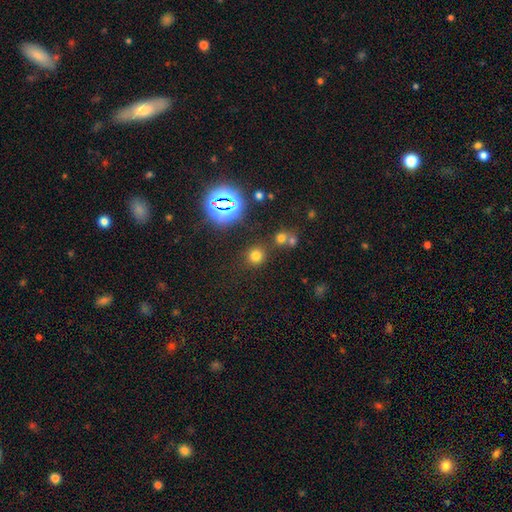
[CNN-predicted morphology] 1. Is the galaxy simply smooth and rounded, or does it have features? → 69% smooth, 26% star or artifact, 6% featured or disk.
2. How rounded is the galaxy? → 91% round, 8% in between, 1% cigar-shaped.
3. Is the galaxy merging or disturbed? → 81% none, 8% merger, 7% minor disturbance, 3% major disturbance.